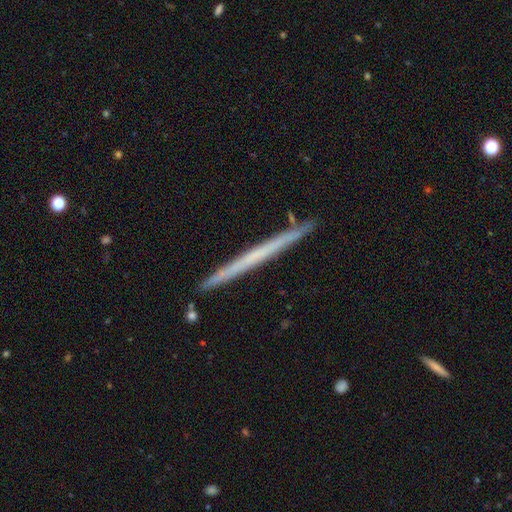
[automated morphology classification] A featured or disk galaxy (56%) viewed edge-on (98%) with no central bulge (91%).

Vote fractions:
- Smooth or featured? featured or disk: 56% / smooth: 38% / star or artifact: 6%
- Edge-on disk? yes: 98% / no: 2%
- Edge-on bulge? none: 91% / rounded: 7% / boxy: 3%
- Merging? none: 91% / minor disturbance: 7% / merger: 1% / major disturbance: 1%